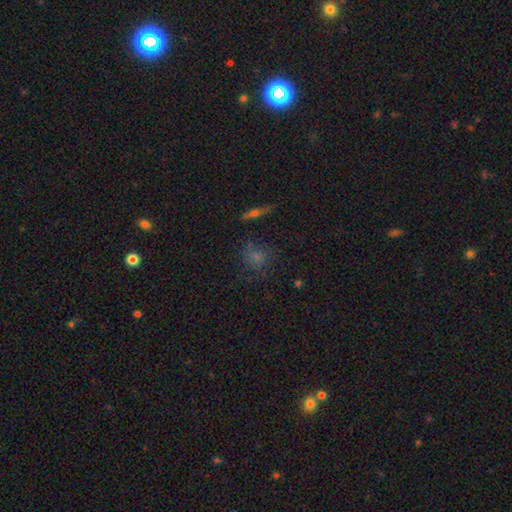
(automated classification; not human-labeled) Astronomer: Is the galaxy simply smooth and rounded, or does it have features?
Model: smooth — 49% (runner-up: star or artifact, 29%).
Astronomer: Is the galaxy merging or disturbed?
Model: none — 73%.